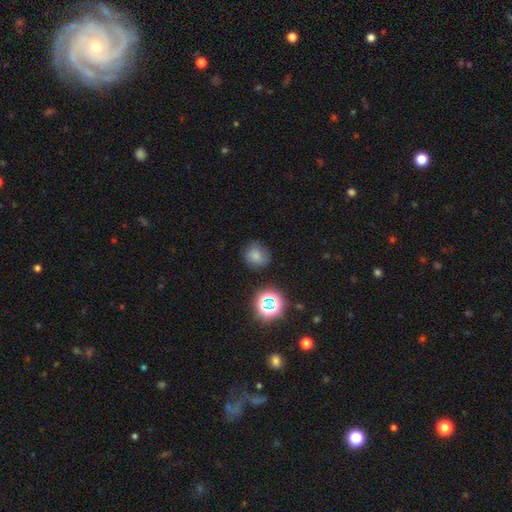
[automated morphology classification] Smooth or featured? Predicted: smooth (p=0.74). How rounded? Predicted: round (p=0.84). Merging? Predicted: none (p=0.77).